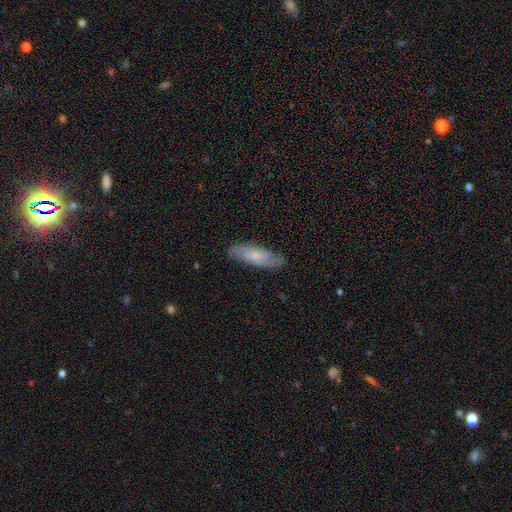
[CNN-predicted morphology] Smooth or featured?
  - smooth: 49% *
  - featured or disk: 45%
  - star or artifact: 6%
Merging?
  - none: 83% *
  - minor disturbance: 13%
  - major disturbance: 3%
  - merger: 1%